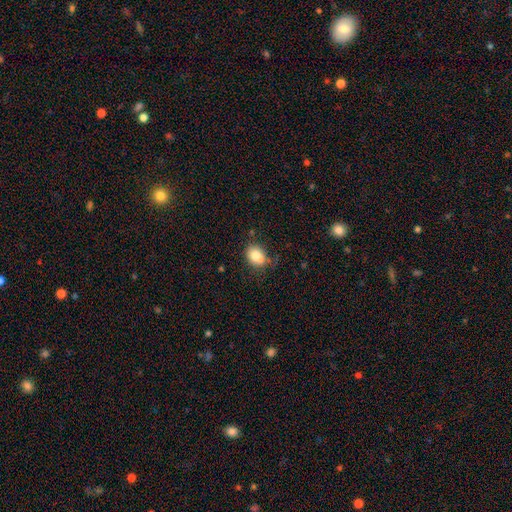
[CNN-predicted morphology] This is clearly a smooth galaxy (81%). How rounded: possibly in between (56%). Merging: likely none (67%).